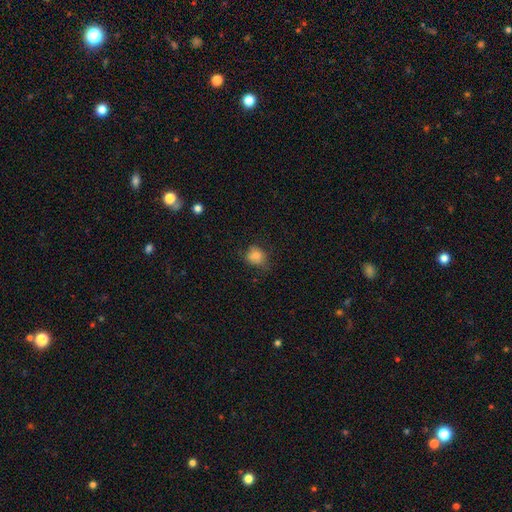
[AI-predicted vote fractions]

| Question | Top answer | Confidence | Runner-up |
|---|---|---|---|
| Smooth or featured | smooth | 79% | star or artifact (12%) |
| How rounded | round | 64% | in between (35%) |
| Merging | none | 60% | minor disturbance (28%) |